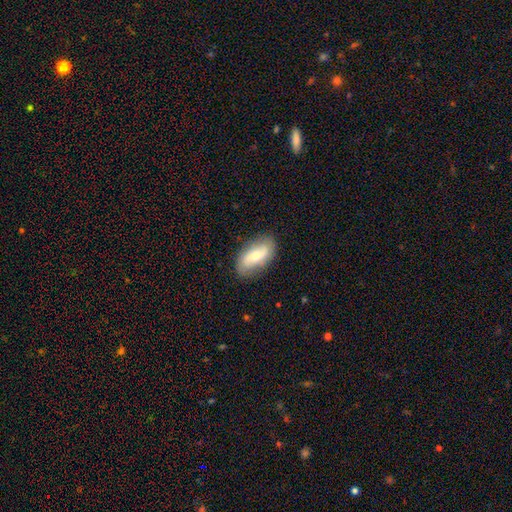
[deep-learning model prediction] Smooth or featured: smooth — 54% (featured or disk — 39%)
How rounded: in between — 87% (cigar-shaped — 10%)
Merging: none — 82% (minor disturbance — 14%)